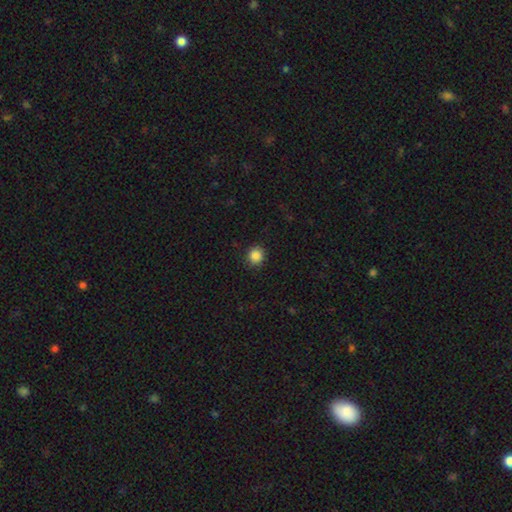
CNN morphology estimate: A smooth galaxy with no disk features (86%) that is round (89%).

Vote fractions:
- Smooth or featured? smooth: 86% / star or artifact: 10% / featured or disk: 3%
- How rounded? round: 89% / in between: 10% / cigar-shaped: 1%
- Merging? none: 89% / minor disturbance: 8% / major disturbance: 2% / merger: 1%